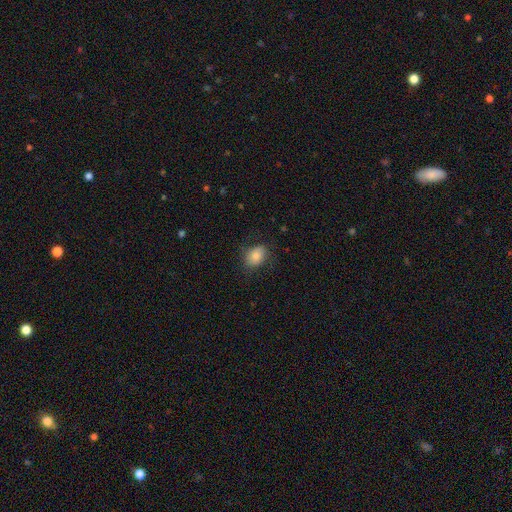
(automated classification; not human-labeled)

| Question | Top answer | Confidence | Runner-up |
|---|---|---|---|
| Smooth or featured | smooth | 79% | featured or disk (12%) |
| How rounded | in between | 68% | round (31%) |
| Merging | none | 77% | minor disturbance (17%) |